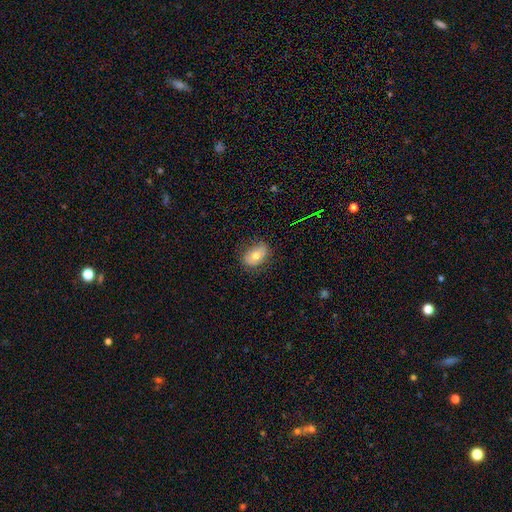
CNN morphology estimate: smooth_or_featured: smooth (p=0.68) [alt: featured or disk p=0.22]
how_rounded: in between (p=0.76) [alt: round p=0.23]
merging: none (p=0.76) [alt: minor disturbance p=0.19]